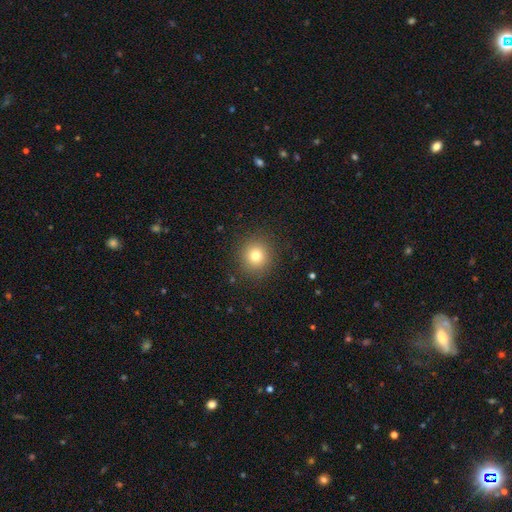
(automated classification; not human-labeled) Q: Smooth or featured?
A: smooth (77%); runner-up: star or artifact (14%)
Q: How rounded?
A: round (93%); runner-up: in between (6%)
Q: Merging?
A: none (90%); runner-up: minor disturbance (6%)